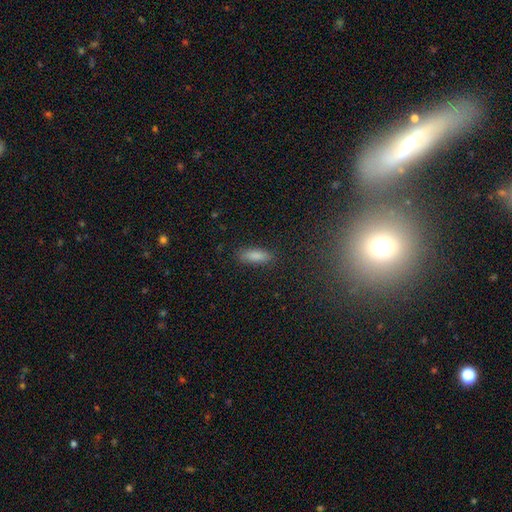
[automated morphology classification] This appears to be a smooth galaxy with no disk features (85%) that is in between round and cigar-shaped (65%). Merging: none (86%).